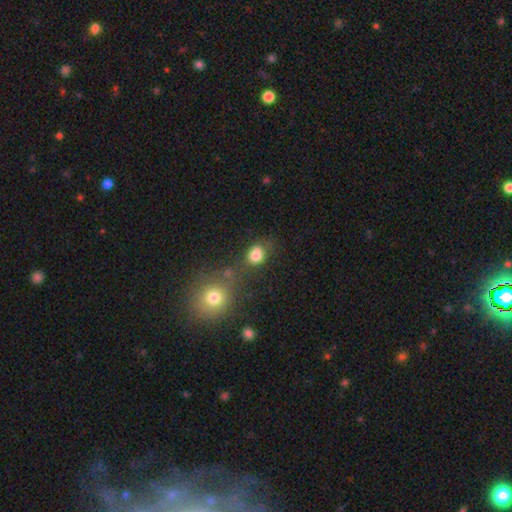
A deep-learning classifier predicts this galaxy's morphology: This appears to be a smooth galaxy with no disk features (81%) that is round (55%). Merging: none (54%).